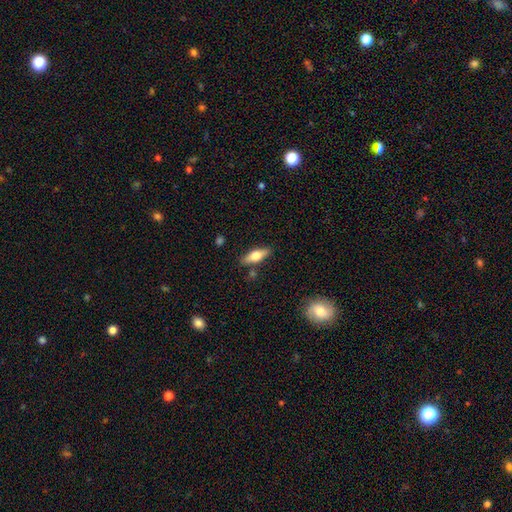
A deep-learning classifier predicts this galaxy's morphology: The model was most divided on "how rounded": in between: 55%, cigar-shaped: 42%, round: 3%. More confident: merging — none (83%); smooth or featured — smooth (57%).